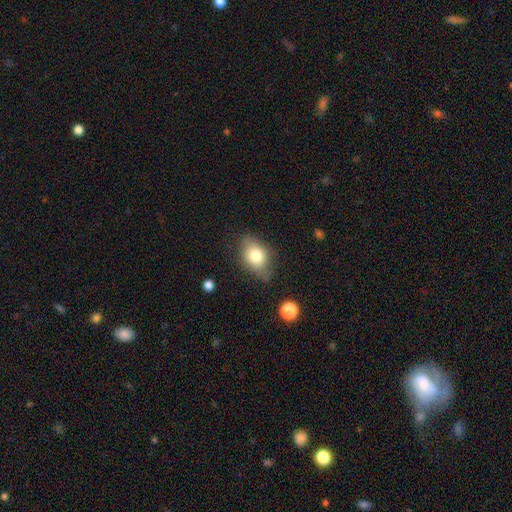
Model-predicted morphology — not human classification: Overall: smooth (76%). How rounded: in between (77%). Merging: none (66%; minor disturbance 26%).